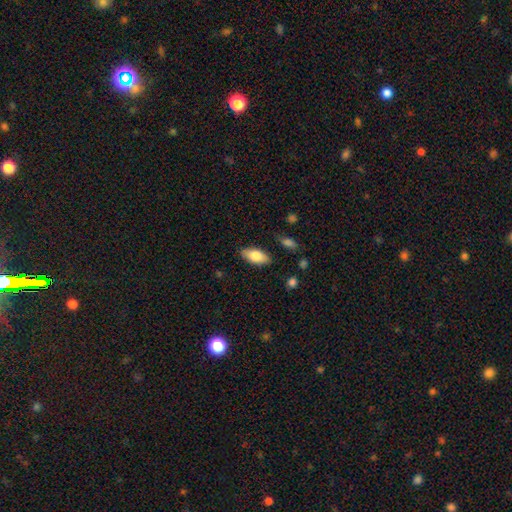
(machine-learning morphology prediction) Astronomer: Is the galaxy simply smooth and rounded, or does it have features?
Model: smooth — 78%.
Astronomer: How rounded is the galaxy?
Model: in between — 89%.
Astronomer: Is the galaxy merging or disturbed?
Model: none — 85%.